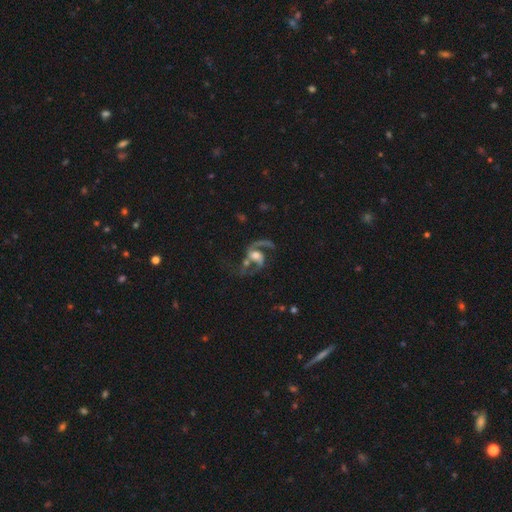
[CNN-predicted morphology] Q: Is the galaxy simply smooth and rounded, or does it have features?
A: featured or disk — 86%.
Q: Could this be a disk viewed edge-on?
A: no — 98%.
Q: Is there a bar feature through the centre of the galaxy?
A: no — 46%.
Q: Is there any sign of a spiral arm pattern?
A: yes — 95%.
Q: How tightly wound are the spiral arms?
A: loose — 56%.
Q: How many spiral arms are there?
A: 2 — 83%.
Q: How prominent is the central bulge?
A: moderate — 56%.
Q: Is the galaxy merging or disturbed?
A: none — 42%.